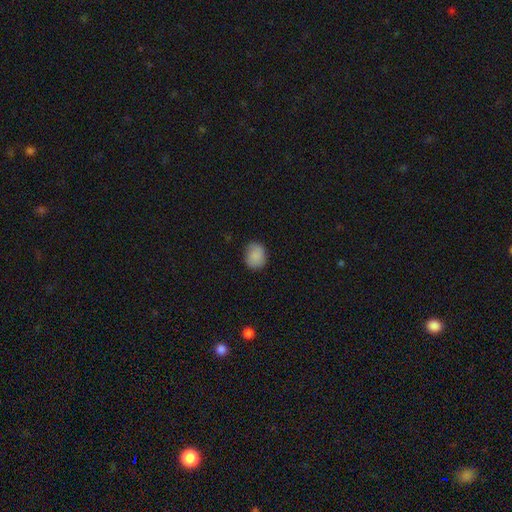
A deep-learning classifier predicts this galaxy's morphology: Smooth or featured? Predicted: smooth (p=0.87). How rounded? Predicted: round (p=0.62). Merging? Predicted: none (p=0.81).